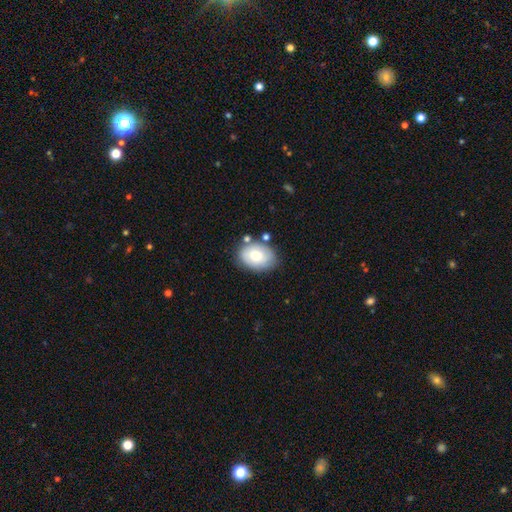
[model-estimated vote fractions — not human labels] Smooth or featured?
  - smooth: 69% *
  - featured or disk: 23%
  - star or artifact: 7%
How rounded?
  - in between: 74% *
  - round: 25%
  - cigar-shaped: 1%
Merging?
  - none: 74% *
  - minor disturbance: 16%
  - merger: 6%
  - major disturbance: 4%